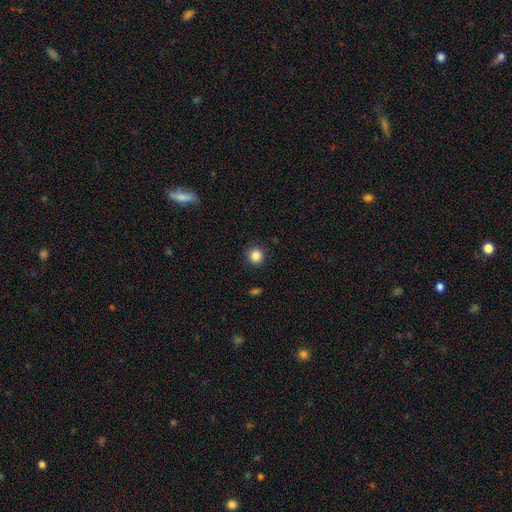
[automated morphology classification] smooth-or-featured: smooth: 86% | star or artifact: 10% | featured or disk: 4%
  how-rounded: round: 93% | in between: 6% | cigar-shaped: 1%
  merging: none: 91% | minor disturbance: 6% | major disturbance: 2% | merger: 1%